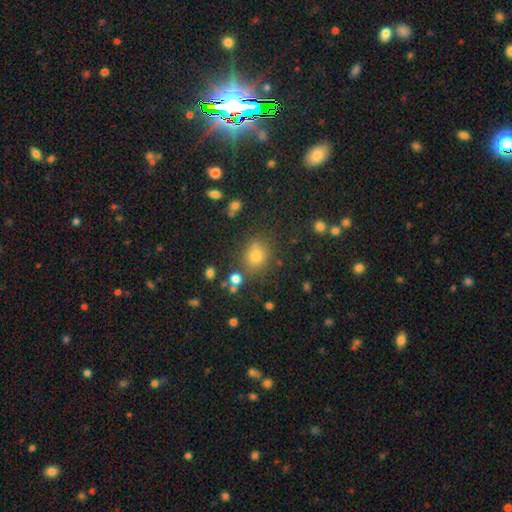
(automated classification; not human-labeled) Smooth or featured: smooth — 74% (star or artifact — 19%)
How rounded: round — 71% (in between — 28%)
Merging: none — 75% (minor disturbance — 13%)